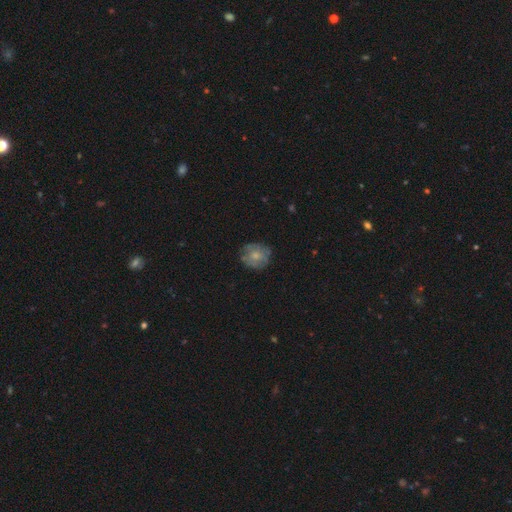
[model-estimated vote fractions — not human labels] smooth_or_featured: smooth (p=0.55) [alt: featured or disk p=0.38]
how_rounded: round (p=0.79) [alt: in between p=0.20]
merging: none (p=0.69) [alt: minor disturbance p=0.22]